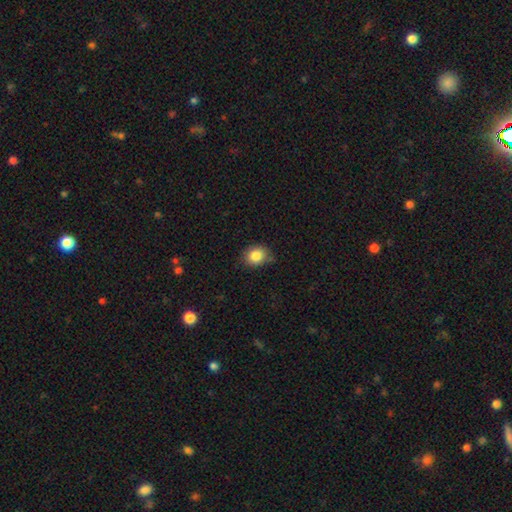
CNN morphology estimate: smooth 84%, star or artifact 9%, featured or disk 6%. Down the decision tree: how rounded — round (67%); merging — none (73%).